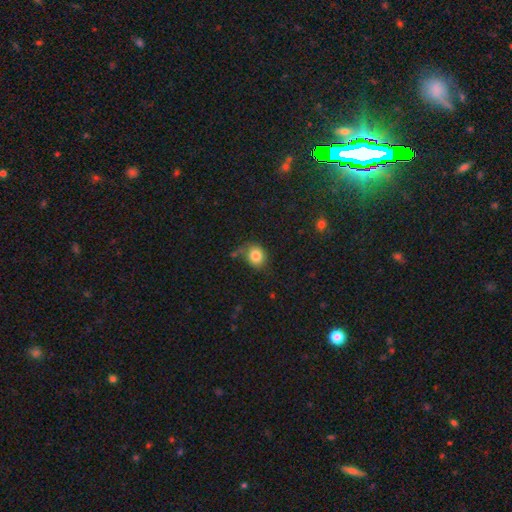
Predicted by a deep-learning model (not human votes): Morphology: type=smooth (83%); roundness=round (62%); merging=none (67%).